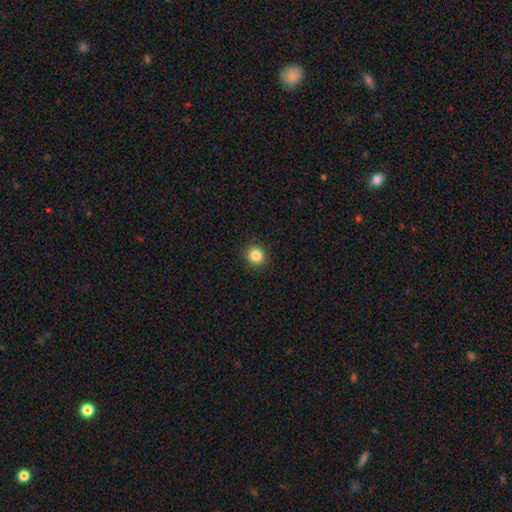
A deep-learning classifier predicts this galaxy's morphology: Smooth or featured? Predicted: smooth (p=0.85). How rounded? Predicted: round (p=0.91). Merging? Predicted: none (p=0.92).